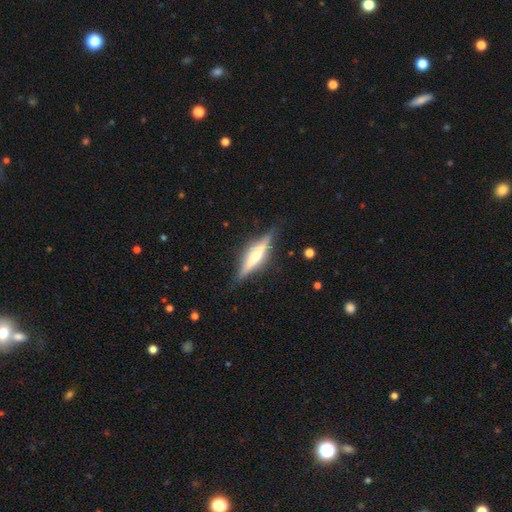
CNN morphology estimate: This appears to be a featured or disk galaxy (69%) viewed edge-on (96%) with a rounded central bulge (72%). Merging: none (84%).